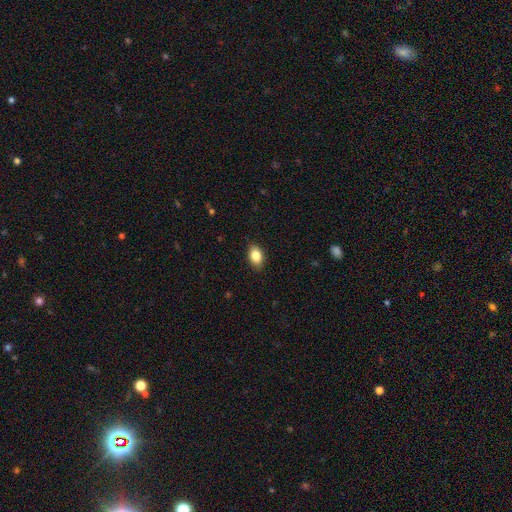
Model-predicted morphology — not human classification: This is clearly a smooth galaxy (84%). How rounded: clearly in between (83%). Merging: clearly none (88%).